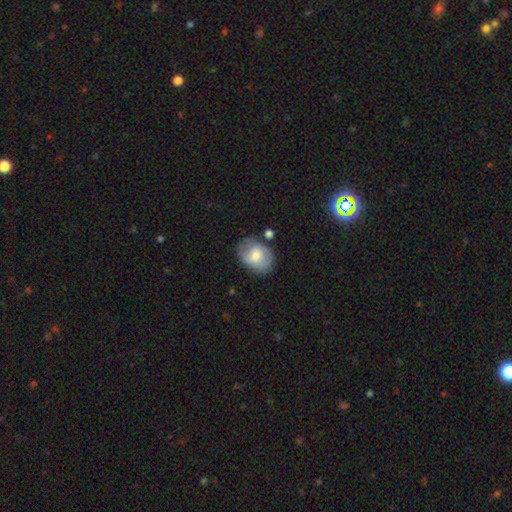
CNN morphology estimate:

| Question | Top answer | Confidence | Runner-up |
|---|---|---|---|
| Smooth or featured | smooth | 63% | featured or disk (30%) |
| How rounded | in between | 68% | round (31%) |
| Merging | none | 64% | minor disturbance (22%) |